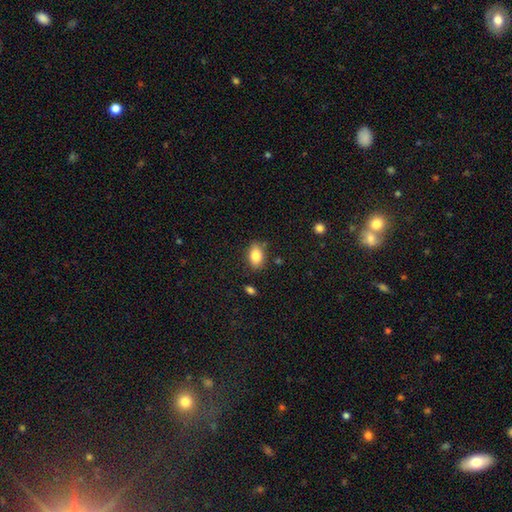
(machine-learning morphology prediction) The model was most divided on "merging": none: 82%, minor disturbance: 13%, major disturbance: 3%, merger: 3%. More confident: how rounded — in between (86%); smooth or featured — smooth (85%).